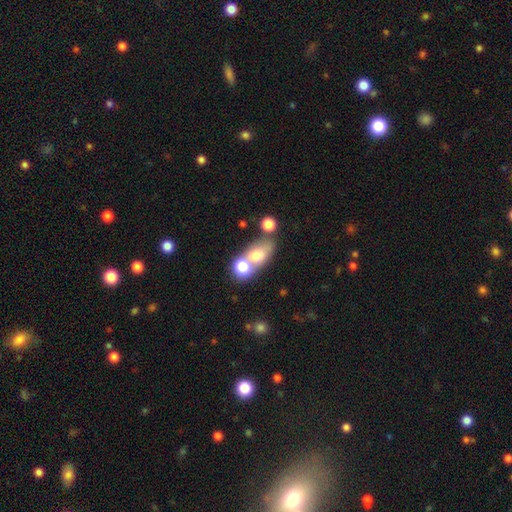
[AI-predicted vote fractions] Q: Smooth or featured?
A: smooth (66%); runner-up: featured or disk (22%)
Q: How rounded?
A: in between (68%); runner-up: round (27%)
Q: Merging?
A: merger (44%); runner-up: none (38%)